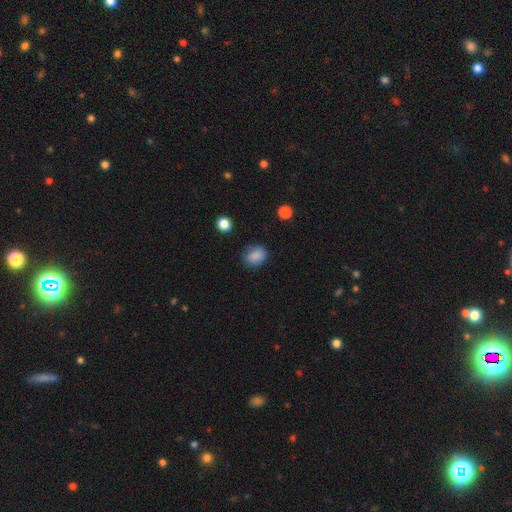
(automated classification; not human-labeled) Smooth or featured?
  - smooth: 86% *
  - star or artifact: 10%
  - featured or disk: 4%
How rounded?
  - in between: 54% *
  - round: 45%
  - cigar-shaped: 1%
Merging?
  - none: 79% *
  - minor disturbance: 15%
  - major disturbance: 4%
  - merger: 2%